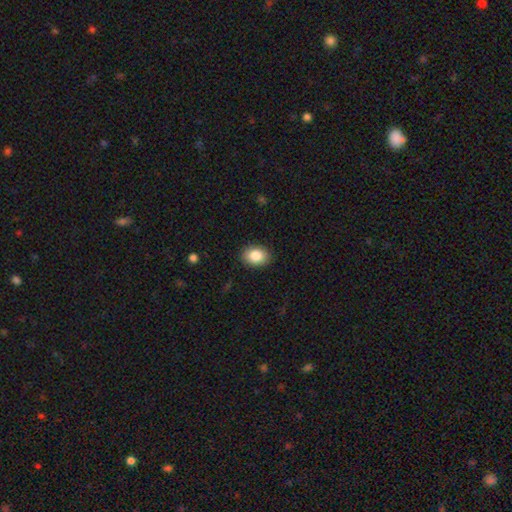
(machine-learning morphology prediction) This is clearly a smooth galaxy (86%). How rounded: likely in between (73%). Merging: clearly none (88%).